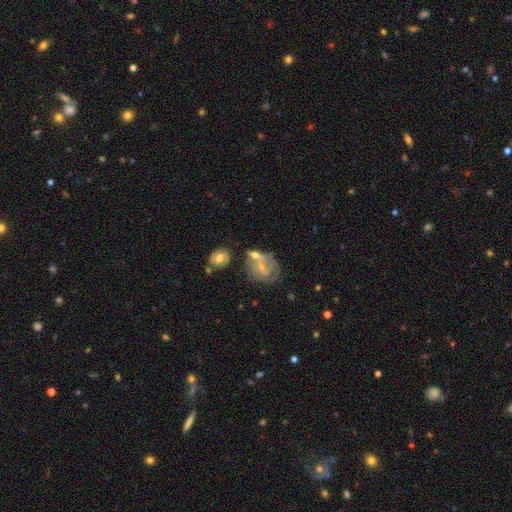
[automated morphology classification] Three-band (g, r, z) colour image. It shows a featured or disk galaxy (61%) with no bar (52%), spiral arms (75%) and a small central bulge (60%). Merging: none (39%).